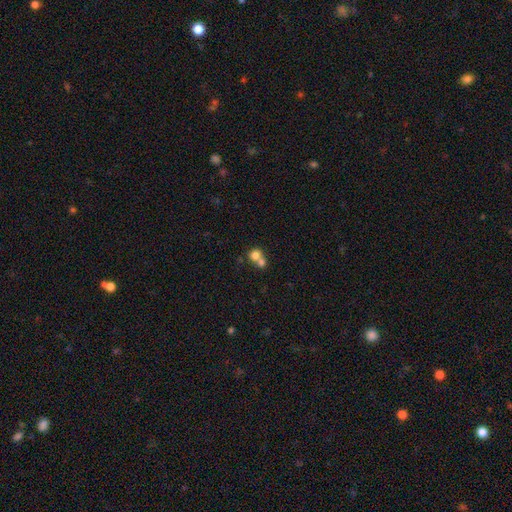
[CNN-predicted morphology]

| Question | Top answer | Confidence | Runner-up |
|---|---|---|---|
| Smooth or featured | smooth | 75% | featured or disk (14%) |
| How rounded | round | 82% | in between (17%) |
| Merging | merger | 62% | none (30%) |